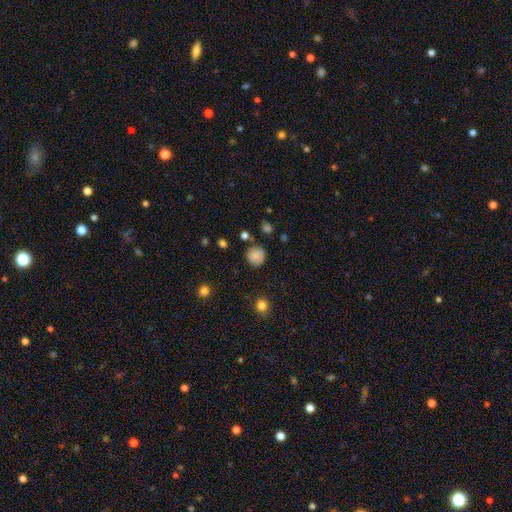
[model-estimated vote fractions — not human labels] smooth_or_featured: smooth (p=0.82) [alt: star or artifact p=0.10]
how_rounded: round (p=0.91) [alt: in between p=0.08]
merging: none (p=0.80) [alt: minor disturbance p=0.13]